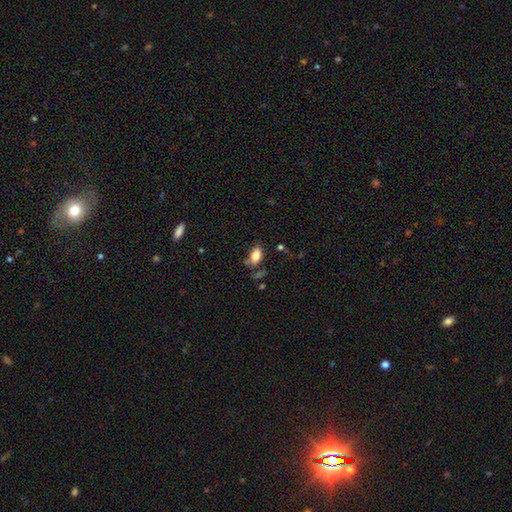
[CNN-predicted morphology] Smooth or featured? smooth (82%)
How rounded? in between (91%)
Merging? none (66%)